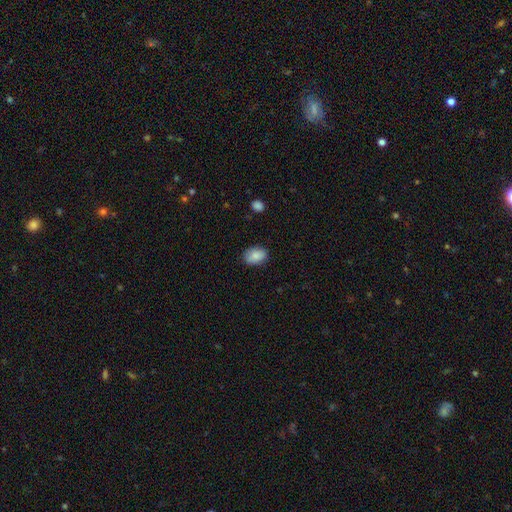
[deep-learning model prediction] Smooth or featured?
  - smooth: 85% *
  - featured or disk: 8%
  - star or artifact: 7%
How rounded?
  - in between: 83% *
  - round: 16%
  - cigar-shaped: 1%
Merging?
  - none: 83% *
  - minor disturbance: 14%
  - major disturbance: 3%
  - merger: 1%